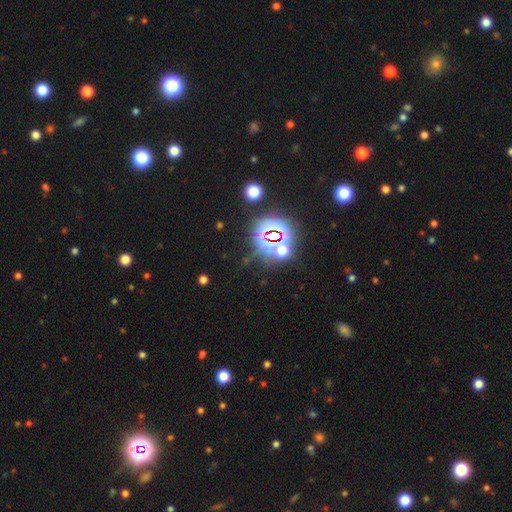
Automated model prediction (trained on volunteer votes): Smooth or featured? star or artifact (84%)